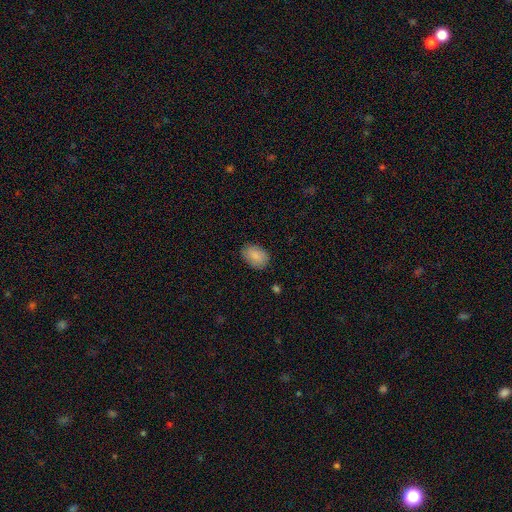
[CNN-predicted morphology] Smooth or featured? Predicted: smooth (p=0.88). How rounded? Predicted: in between (p=0.85). Merging? Predicted: none (p=0.83).